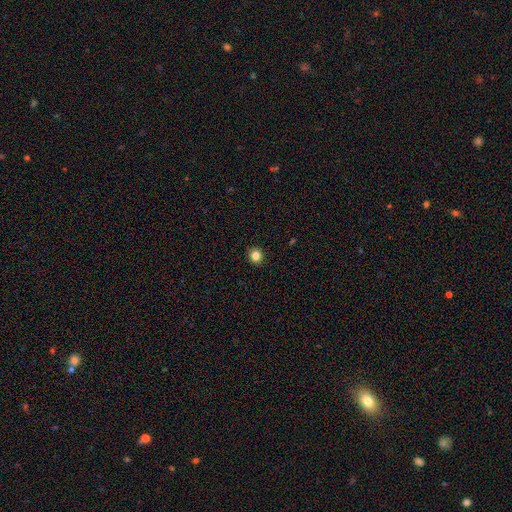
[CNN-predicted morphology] Q: Smooth or featured?
A: smooth (83%); runner-up: star or artifact (12%)
Q: How rounded?
A: round (90%); runner-up: in between (9%)
Q: Merging?
A: none (92%); runner-up: minor disturbance (5%)